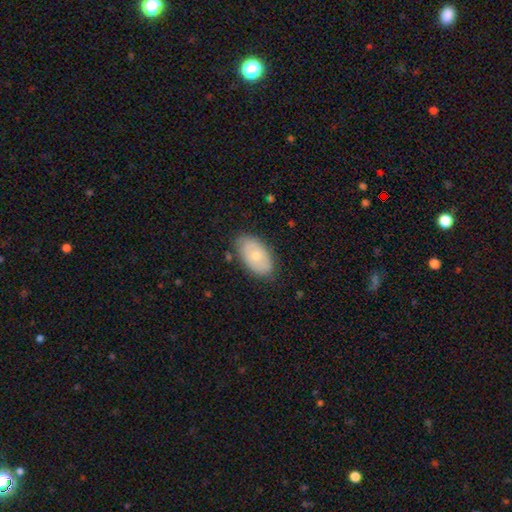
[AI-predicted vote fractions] A smooth galaxy with no disk features (66%) that is in between round and cigar-shaped (93%). Merging: none (81%).